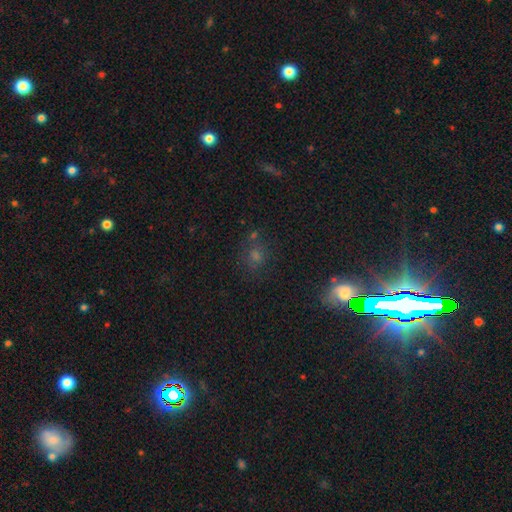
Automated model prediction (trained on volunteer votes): This is possibly a star or artifact rather than a galaxy (46%).